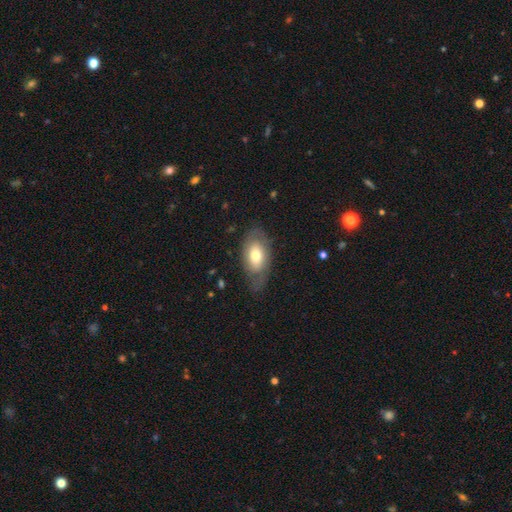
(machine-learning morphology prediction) The model was most divided on "smooth or featured": smooth: 61%, featured or disk: 32%, star or artifact: 6%. More confident: how rounded — in between (92%); merging — none (65%).